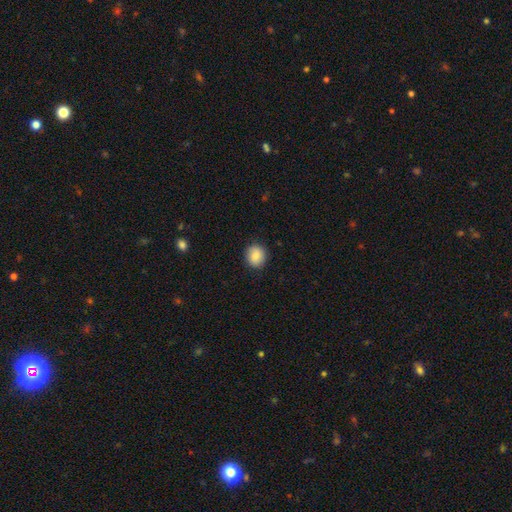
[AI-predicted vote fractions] Smooth or featured: smooth — 86% (star or artifact — 8%)
How rounded: round — 79% (in between — 20%)
Merging: none — 88% (minor disturbance — 9%)